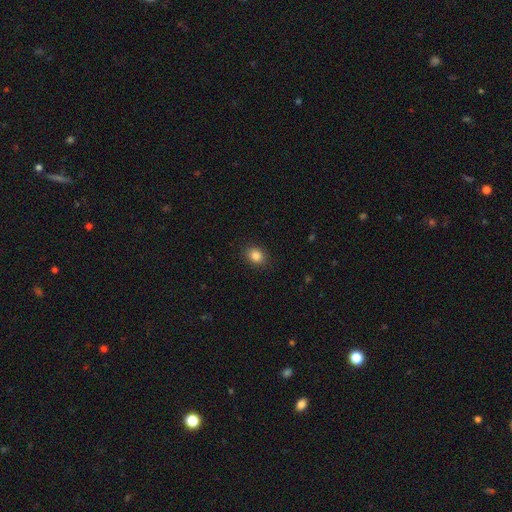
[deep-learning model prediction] Overall: smooth (85%). How rounded: round (53%; in between 46%). Merging: none (89%).